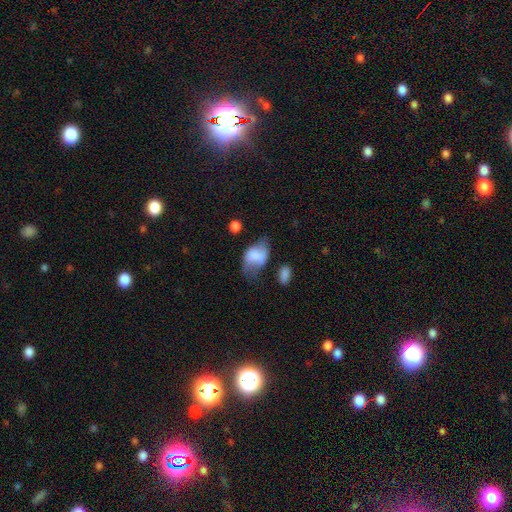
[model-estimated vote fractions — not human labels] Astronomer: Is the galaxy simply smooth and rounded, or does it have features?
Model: smooth — 65%.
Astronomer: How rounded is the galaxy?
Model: in between — 85%.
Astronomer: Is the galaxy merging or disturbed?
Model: minor disturbance — 34%, tied with none at 34%.